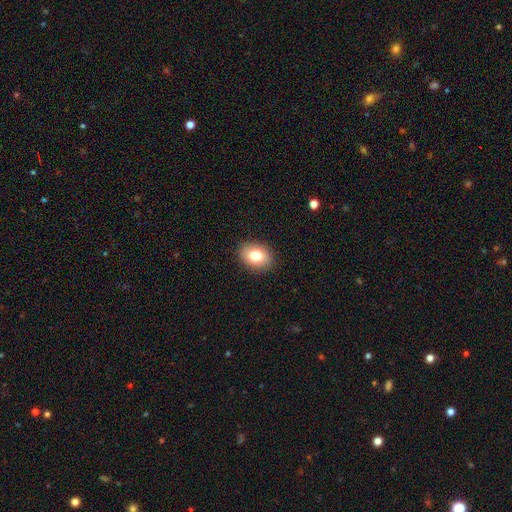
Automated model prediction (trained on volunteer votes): This appears to be a smooth galaxy with no disk features (79%) that is in between round and cigar-shaped (66%). Merging: none (89%).